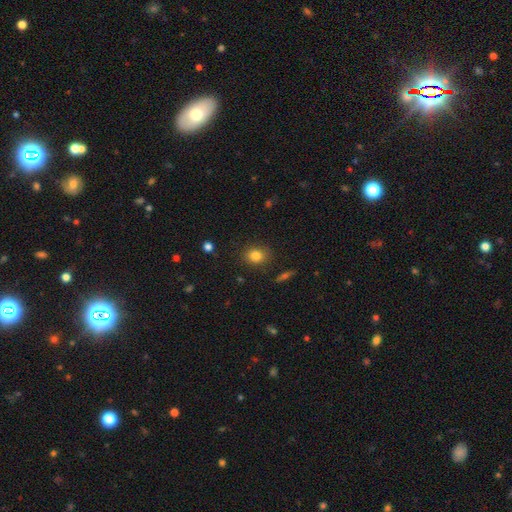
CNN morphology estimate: Smooth or featured: smooth — 82% (star or artifact — 11%)
How rounded: round — 65% (in between — 34%)
Merging: none — 85% (minor disturbance — 11%)